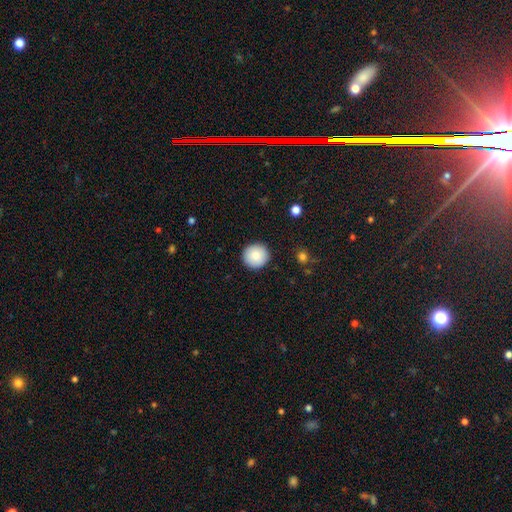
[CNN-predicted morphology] This appears to be a smooth galaxy with no disk features (88%) that is round (94%). Merging: none (92%).